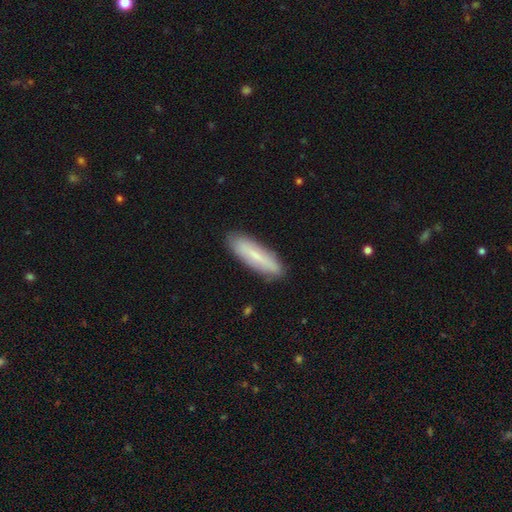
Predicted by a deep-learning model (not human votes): Overall: smooth (68%). How rounded: cigar-shaped (62%; in between 36%). Merging: none (86%).